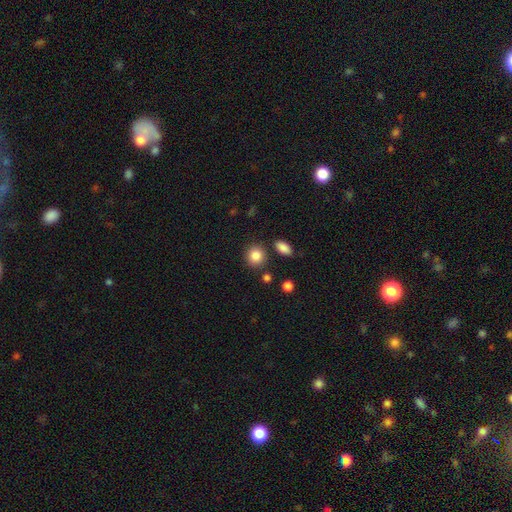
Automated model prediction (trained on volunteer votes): smooth 87%, star or artifact 9%, featured or disk 5%. Down the decision tree: how rounded — round (81%); merging — none (82%).